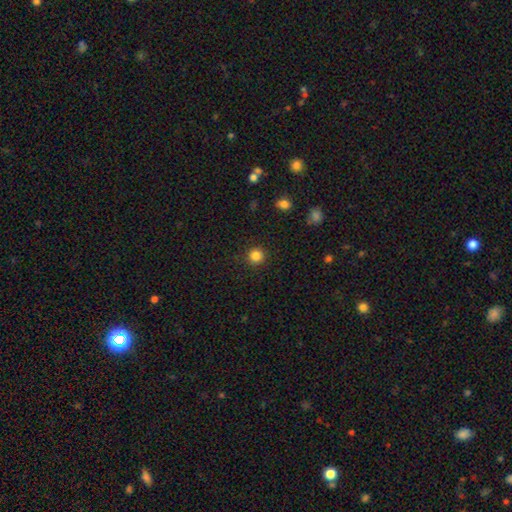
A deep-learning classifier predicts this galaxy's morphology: Smooth or featured? Predicted: smooth (p=0.84). How rounded? Predicted: round (p=0.94). Merging? Predicted: none (p=0.91).